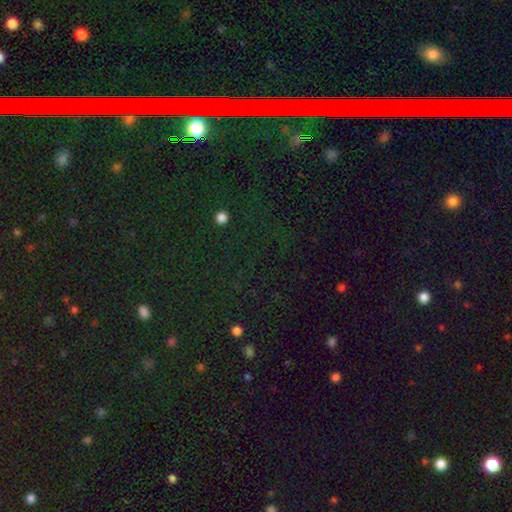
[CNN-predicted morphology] smooth-or-featured: star or artifact: 78% | smooth: 12% | featured or disk: 10%